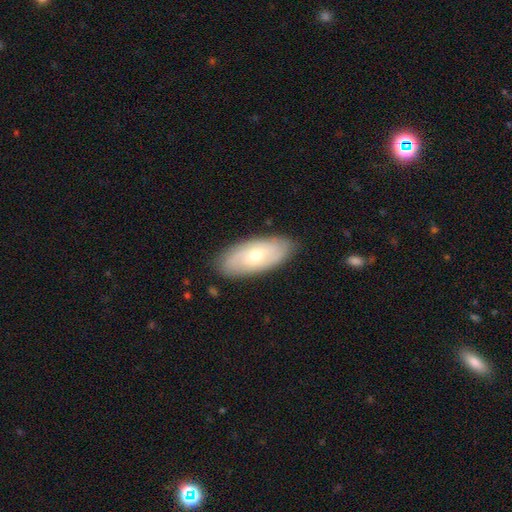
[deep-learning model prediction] This is possibly a featured or disk galaxy (49%). Merging: clearly none (85%).